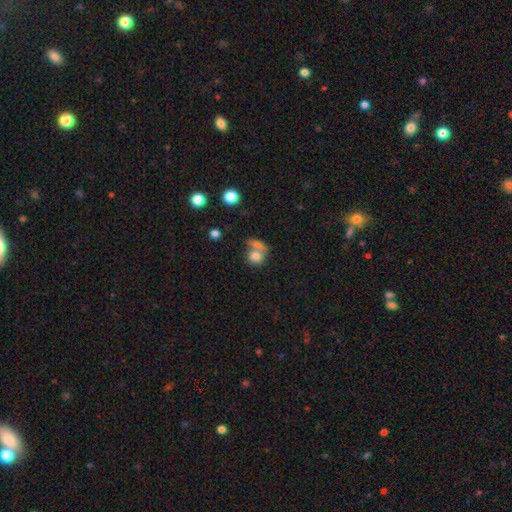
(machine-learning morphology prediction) The model was most divided on "merging": merger: 48%, none: 38%, minor disturbance: 9%, major disturbance: 6%. More confident: smooth or featured — smooth (79%); how rounded — round (68%).